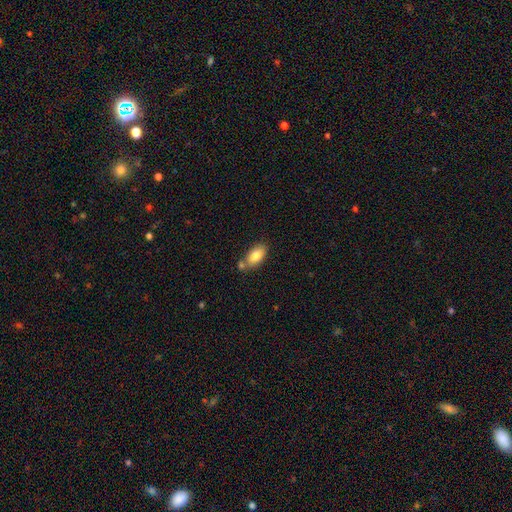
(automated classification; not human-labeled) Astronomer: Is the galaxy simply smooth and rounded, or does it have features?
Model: smooth — 81%.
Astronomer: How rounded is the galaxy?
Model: in between — 90%.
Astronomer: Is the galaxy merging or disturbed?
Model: none — 60%.